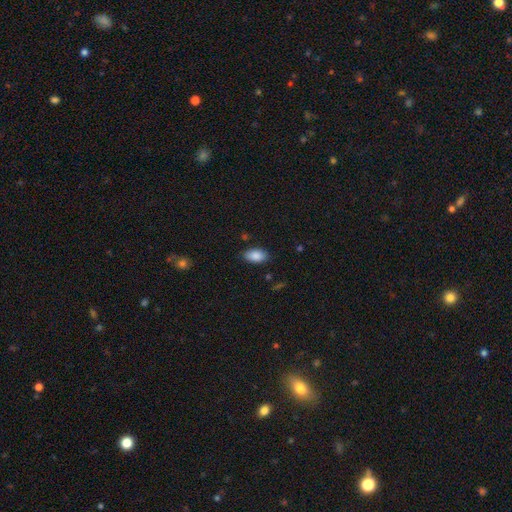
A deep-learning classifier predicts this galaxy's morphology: Smooth or featured? Predicted: smooth (p=0.88). How rounded? Predicted: in between (p=0.93). Merging? Predicted: none (p=0.85).